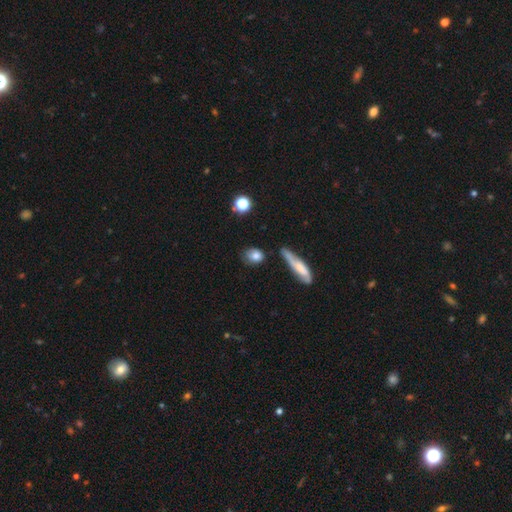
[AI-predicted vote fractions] Smooth or featured: smooth — 78% (featured or disk — 14%)
How rounded: in between — 54% (round — 39%)
Merging: none — 61% (minor disturbance — 22%)